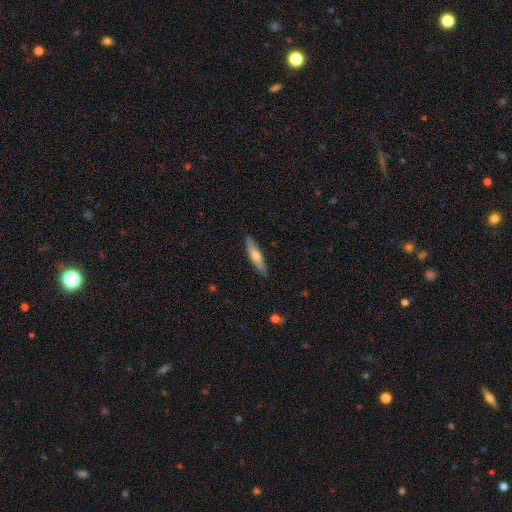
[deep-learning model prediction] A smooth galaxy with no disk features (51%) that is cigar-shaped (80%). Merging: none (89%).